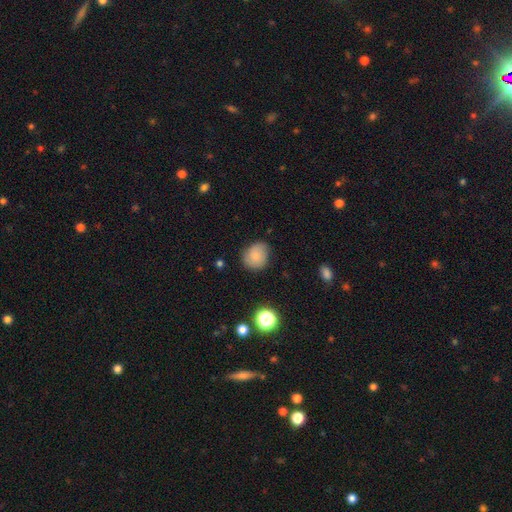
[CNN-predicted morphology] A smooth galaxy with no disk features (71%) that is round (65%). Merging: none (73%).